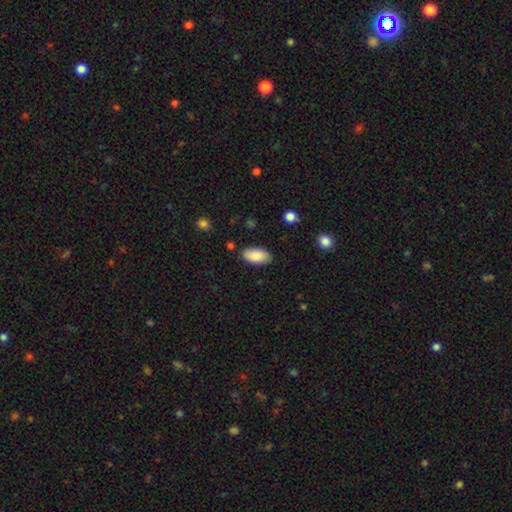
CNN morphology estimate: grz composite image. It shows a smooth galaxy with no disk features (88%) that is in between round and cigar-shaped (94%). Merging: none (85%).